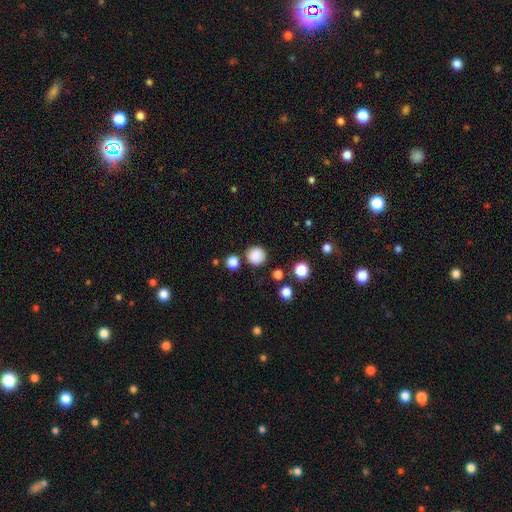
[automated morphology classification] Smooth or featured?
  - smooth: 86% *
  - star or artifact: 10%
  - featured or disk: 3%
How rounded?
  - round: 94% *
  - in between: 5%
  - cigar-shaped: 1%
Merging?
  - none: 85% *
  - minor disturbance: 8%
  - merger: 4%
  - major disturbance: 3%